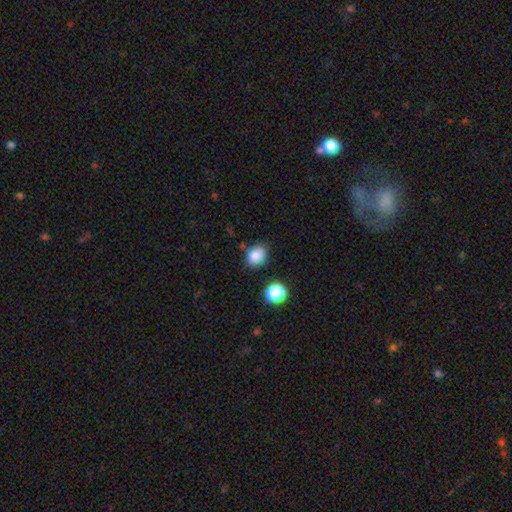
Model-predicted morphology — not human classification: Overall: smooth (84%). How rounded: round (52%; in between 47%). Merging: none (77%).